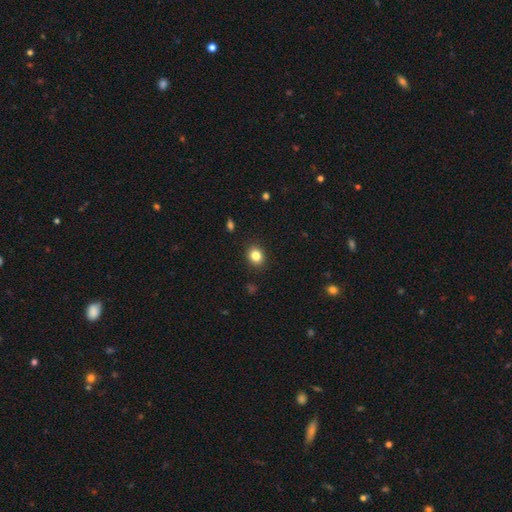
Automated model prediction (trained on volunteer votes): Morphology: type=smooth (83%); roundness=round (68%); merging=none (90%).